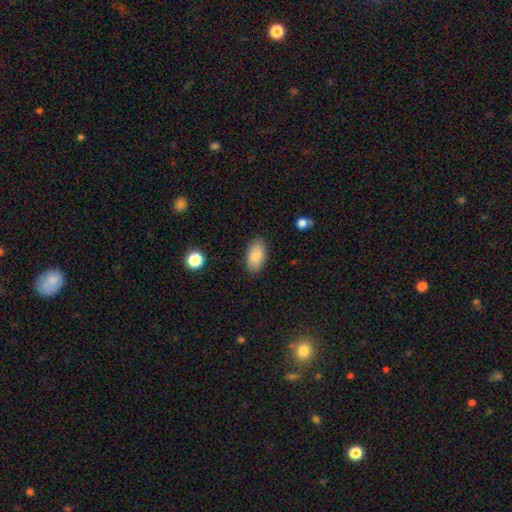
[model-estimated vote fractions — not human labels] This is clearly a smooth galaxy (86%). How rounded: clearly in between (94%). Merging: clearly none (85%).